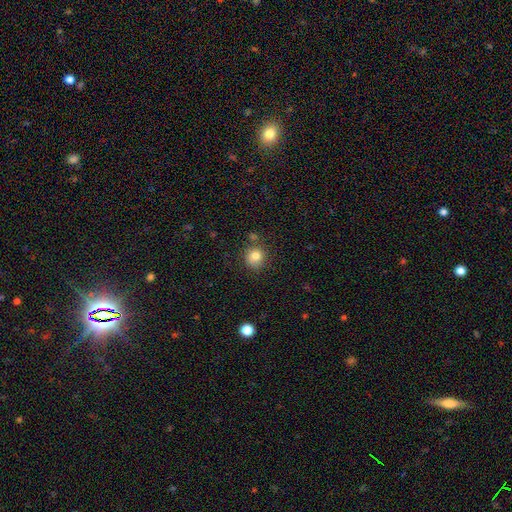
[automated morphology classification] smooth_or_featured: smooth (p=0.81) [alt: star or artifact p=0.11]
how_rounded: round (p=0.84) [alt: in between p=0.15]
merging: none (p=0.74) [alt: minor disturbance p=0.14]